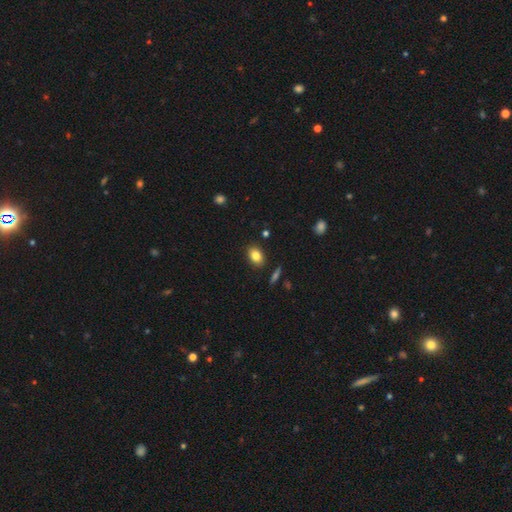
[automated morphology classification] This is clearly a smooth galaxy (82%). How rounded: likely in between (76%). Merging: clearly none (86%).